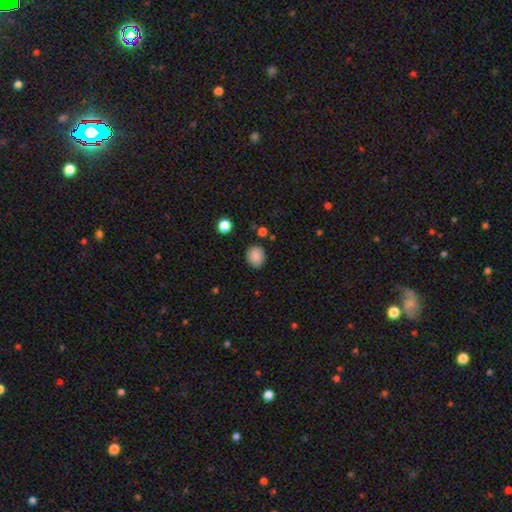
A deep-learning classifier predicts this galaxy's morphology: Smooth or featured: smooth — 86% (star or artifact — 9%)
How rounded: round — 68% (in between — 31%)
Merging: none — 84% (minor disturbance — 11%)